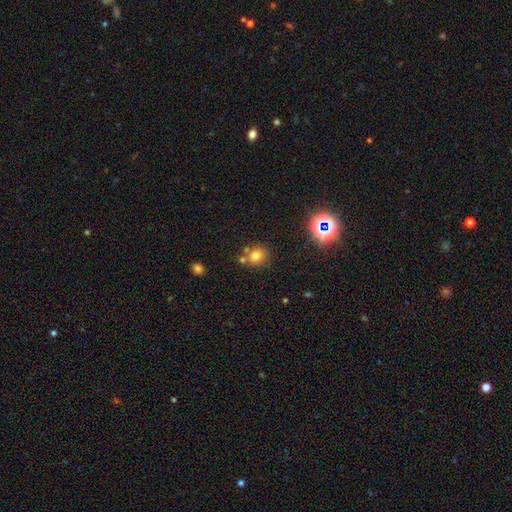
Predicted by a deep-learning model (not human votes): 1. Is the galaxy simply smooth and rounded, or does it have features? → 74% smooth, 17% star or artifact, 9% featured or disk.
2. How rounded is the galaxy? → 78% round, 21% in between, 1% cigar-shaped.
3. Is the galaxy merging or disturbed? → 64% none, 21% merger, 11% minor disturbance, 4% major disturbance.